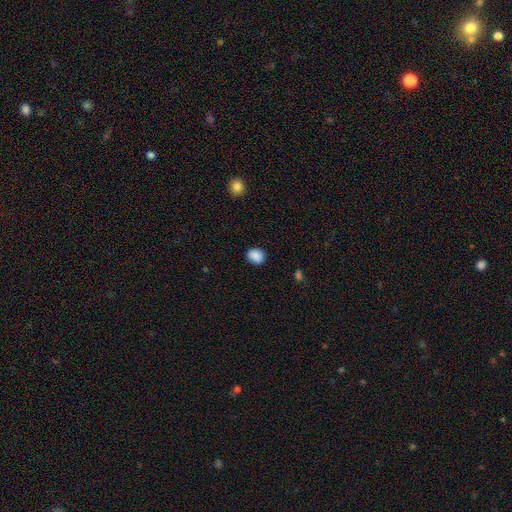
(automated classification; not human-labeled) Q: Smooth or featured?
A: smooth (88%); runner-up: star or artifact (9%)
Q: How rounded?
A: round (56%); runner-up: in between (43%)
Q: Merging?
A: none (85%); runner-up: minor disturbance (11%)